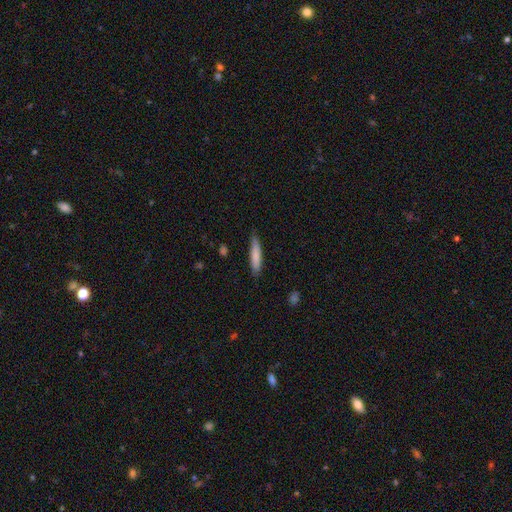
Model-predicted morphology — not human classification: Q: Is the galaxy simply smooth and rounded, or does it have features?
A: smooth — 80%.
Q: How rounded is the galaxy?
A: cigar-shaped — 87%.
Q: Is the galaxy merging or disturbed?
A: none — 82%.